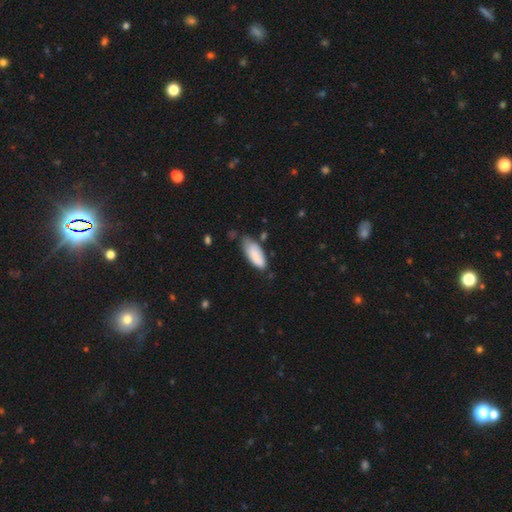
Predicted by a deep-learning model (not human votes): Smooth or featured? Predicted: smooth (p=0.85). How rounded? Predicted: in between (p=0.80). Merging? Predicted: none (p=0.54).